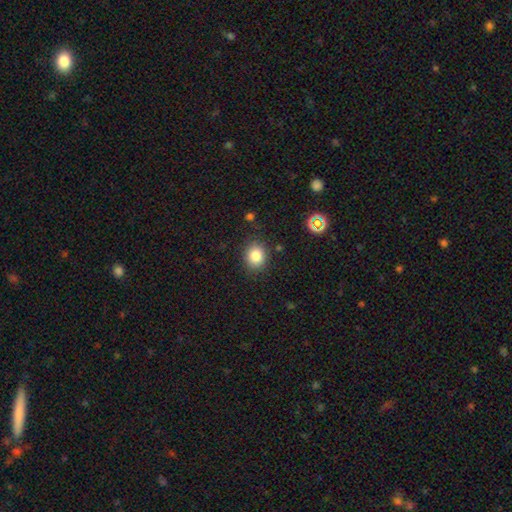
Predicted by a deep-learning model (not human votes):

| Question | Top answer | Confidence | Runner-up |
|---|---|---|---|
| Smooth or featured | smooth | 83% | star or artifact (11%) |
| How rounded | round | 64% | in between (35%) |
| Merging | none | 85% | minor disturbance (10%) |